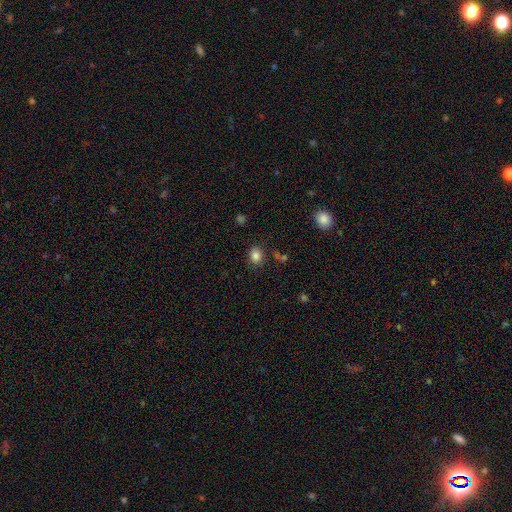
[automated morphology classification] A smooth galaxy with no disk features (83%) that is round (61%).

Vote fractions:
- Smooth or featured? smooth: 83% / star or artifact: 12% / featured or disk: 5%
- How rounded? round: 61% / in between: 38% / cigar-shaped: 1%
- Merging? none: 81% / minor disturbance: 12% / major disturbance: 4% / merger: 3%